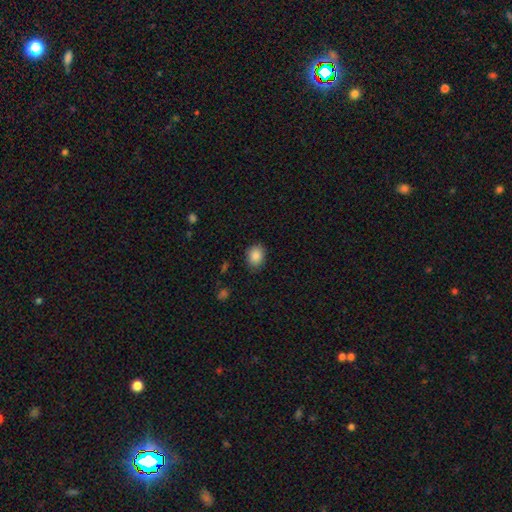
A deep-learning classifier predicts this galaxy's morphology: This appears to be a smooth galaxy with no disk features (88%) that is in between round and cigar-shaped (55%). Merging: none (83%).